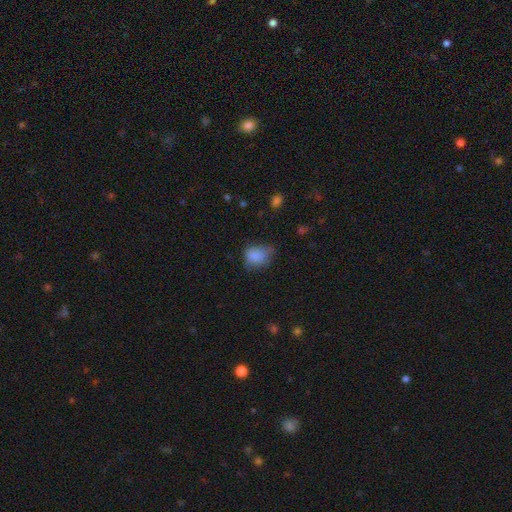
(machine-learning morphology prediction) smooth_or_featured: smooth (p=0.80) [alt: star or artifact p=0.11]
how_rounded: in between (p=0.59) [alt: round p=0.40]
merging: none (p=0.43) [alt: minor disturbance p=0.39]